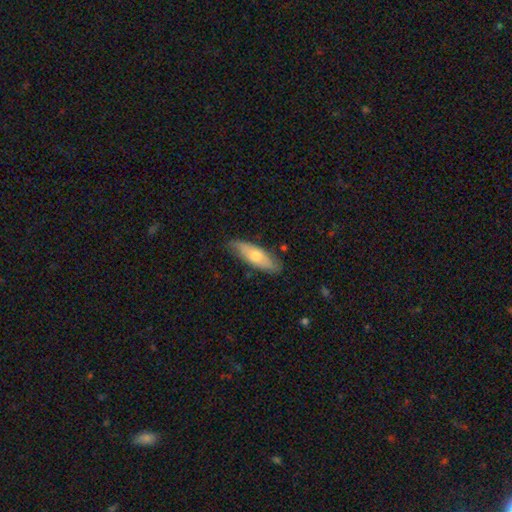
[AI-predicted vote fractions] This is possibly a smooth galaxy (60%). How rounded: possibly in between (53%). Merging: clearly none (81%).